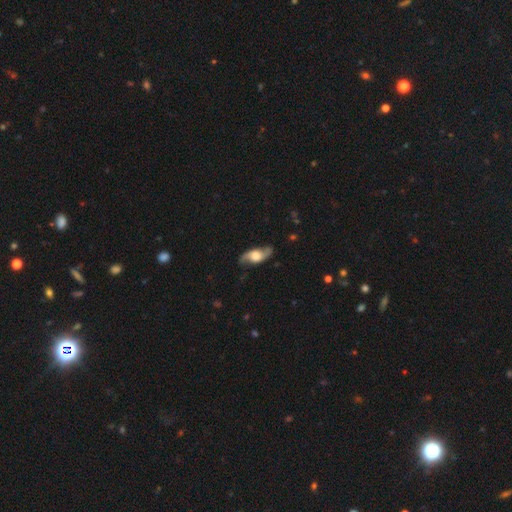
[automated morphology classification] This appears to be a featured or disk galaxy (74%) with no bar (65%), 2 (92%) loose (69%) spiral arms (90%) and a large central bulge (49%). Merging: none (79%).